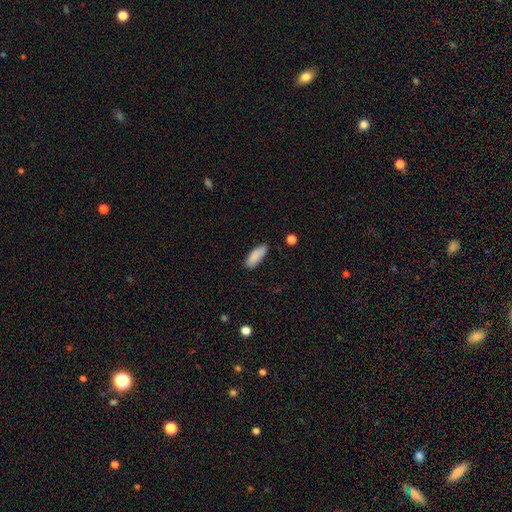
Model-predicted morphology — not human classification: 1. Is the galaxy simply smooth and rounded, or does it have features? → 88% smooth, 6% star or artifact, 5% featured or disk.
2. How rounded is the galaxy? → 73% in between, 25% cigar-shaped, 2% round.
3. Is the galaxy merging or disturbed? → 83% none, 13% minor disturbance, 2% major disturbance, 2% merger.